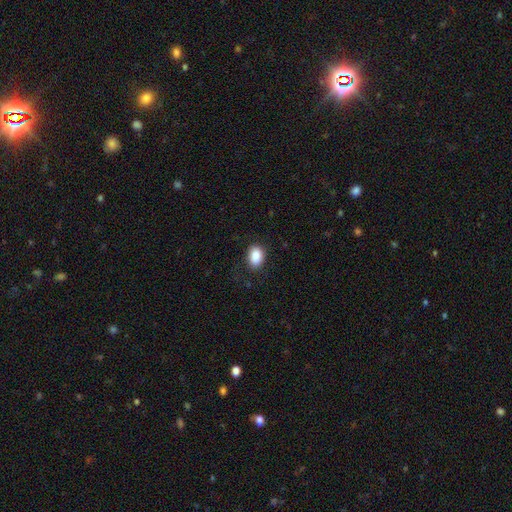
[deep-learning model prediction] smooth_or_featured: smooth (p=0.87) [alt: star or artifact p=0.08]
how_rounded: in between (p=0.81) [alt: round p=0.18]
merging: none (p=0.82) [alt: minor disturbance p=0.14]